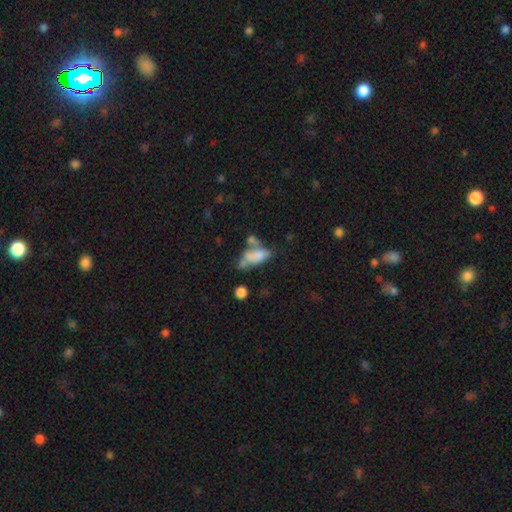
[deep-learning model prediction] The model was most divided on "merging": merger: 42%, none: 21%, major disturbance: 21%, minor disturbance: 16%. More confident: how rounded — in between (84%); smooth or featured — smooth (59%).